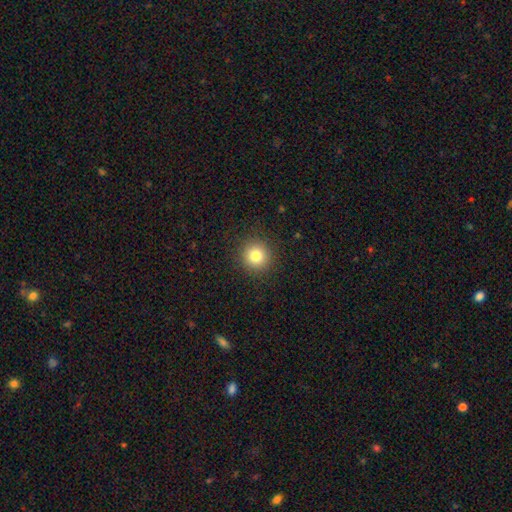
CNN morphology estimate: Smooth or featured: smooth — 81% (star or artifact — 12%)
How rounded: round — 94% (in between — 5%)
Merging: none — 91% (minor disturbance — 6%)